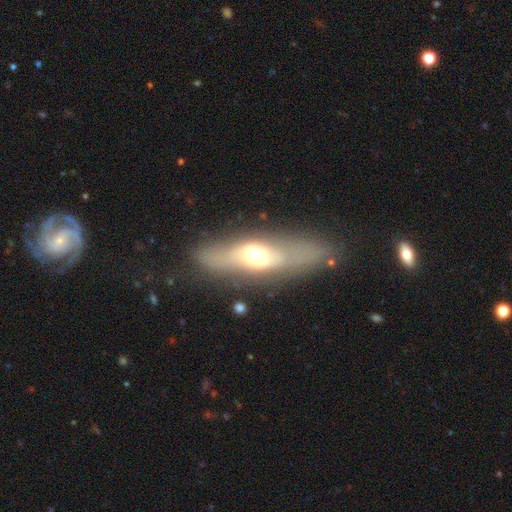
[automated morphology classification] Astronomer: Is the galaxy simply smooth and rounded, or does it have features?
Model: featured or disk — 60%.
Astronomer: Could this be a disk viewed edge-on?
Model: yes — 51% (runner-up: no, 49%).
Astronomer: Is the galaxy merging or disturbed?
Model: none — 74%.